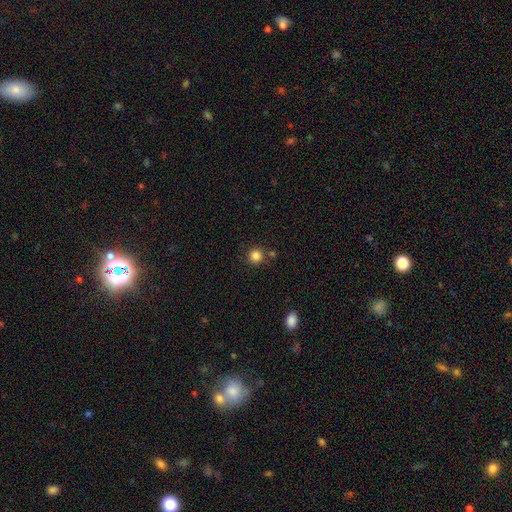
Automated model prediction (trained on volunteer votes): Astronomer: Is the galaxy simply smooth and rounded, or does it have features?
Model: smooth — 84%.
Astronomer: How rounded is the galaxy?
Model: round — 93%.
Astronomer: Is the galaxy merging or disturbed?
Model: none — 80%.